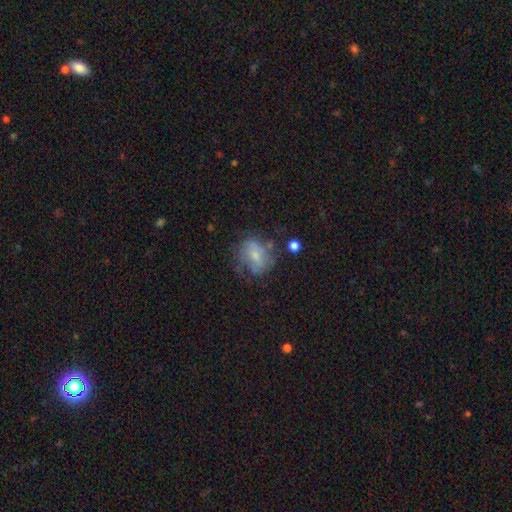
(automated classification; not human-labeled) A featured or disk galaxy (49%). Merging: none (52%).